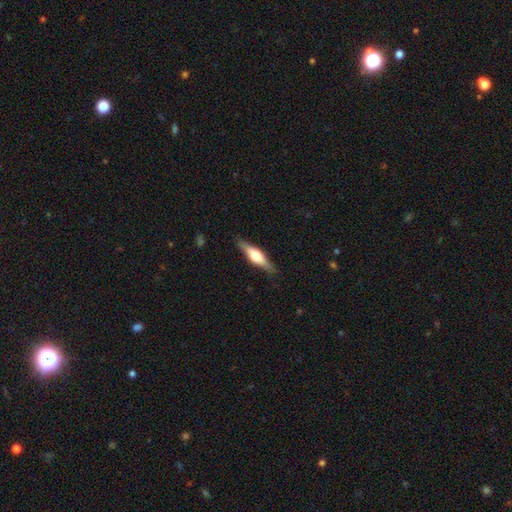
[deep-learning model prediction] smooth_or_featured: featured or disk (p=0.64) [alt: smooth p=0.30]
disk_edge_on: yes (p=0.96) [alt: no p=0.04]
edge_on_bulge: rounded (p=0.91) [alt: boxy p=0.07]
merging: none (p=0.88) [alt: minor disturbance p=0.09]